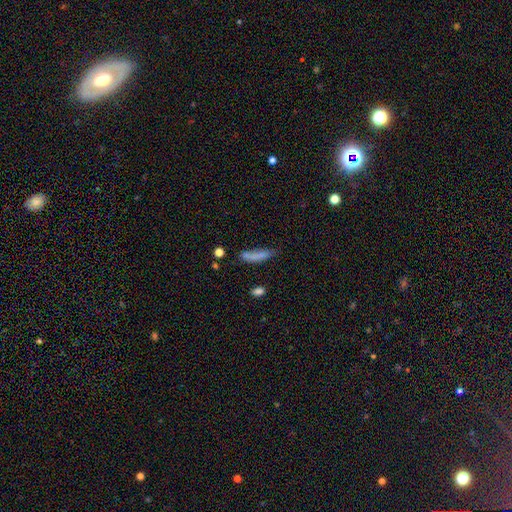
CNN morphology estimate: Smooth or featured? smooth (76%)
How rounded? cigar-shaped (74%)
Merging? none (55%)